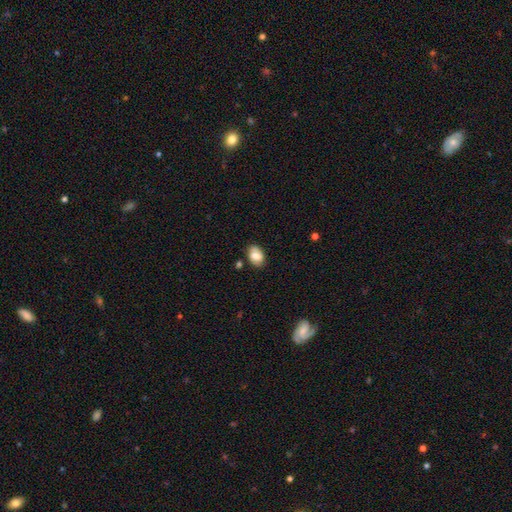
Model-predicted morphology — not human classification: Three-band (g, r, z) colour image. It shows a smooth galaxy with no disk features (75%) that is in between round and cigar-shaped (85%). Merging: none (78%).